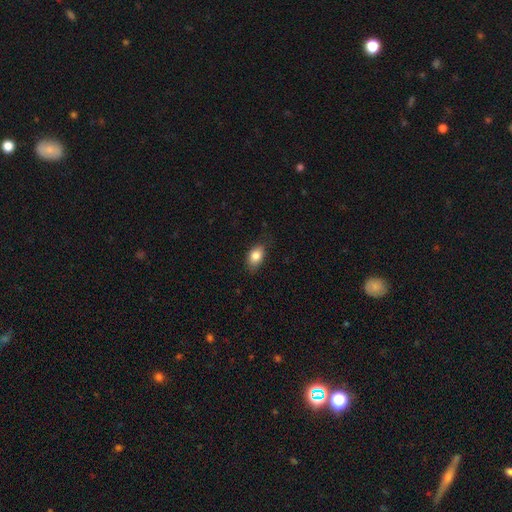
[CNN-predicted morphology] A smooth galaxy with no disk features (83%) that is in between round and cigar-shaped (87%). Merging: none (79%).